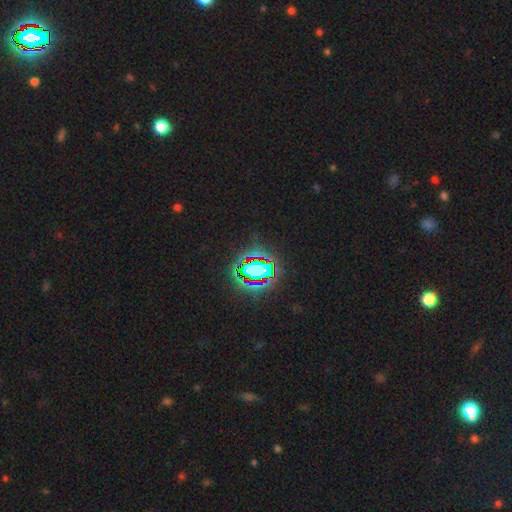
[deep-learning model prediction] Smooth or featured?
  - star or artifact: 75% *
  - smooth: 15%
  - featured or disk: 10%